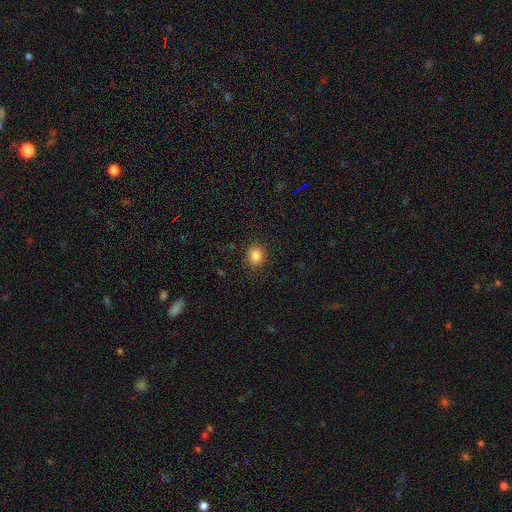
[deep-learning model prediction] This appears to be a smooth galaxy with no disk features (85%) that is round (68%). Merging: none (88%).